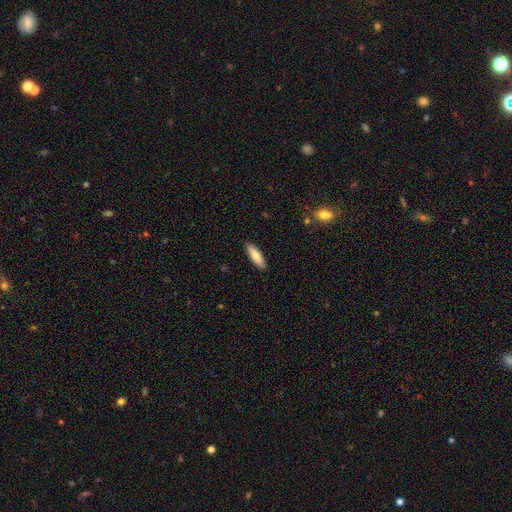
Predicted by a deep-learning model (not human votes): smooth-or-featured: smooth: 77% | featured or disk: 17% | star or artifact: 6%
  how-rounded: cigar-shaped: 56% | in between: 42% | round: 2%
  merging: none: 90% | minor disturbance: 8% | major disturbance: 2% | merger: 1%